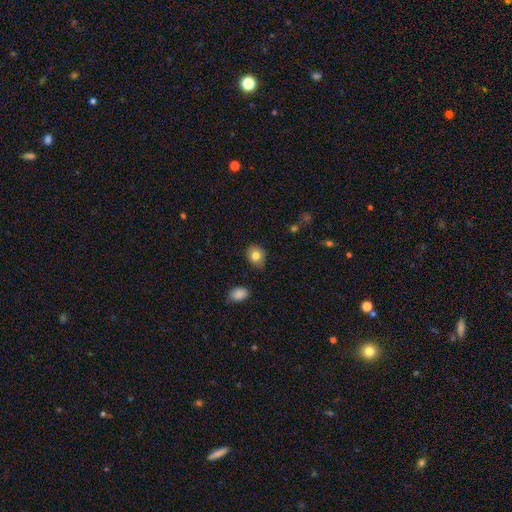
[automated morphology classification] smooth_or_featured: smooth (p=0.81) [alt: featured or disk p=0.10]
how_rounded: round (p=0.60) [alt: in between p=0.39]
merging: none (p=0.75) [alt: minor disturbance p=0.20]